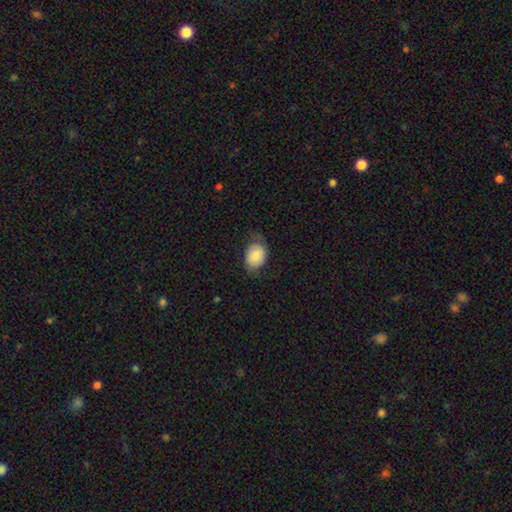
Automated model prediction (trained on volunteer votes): smooth-or-featured: smooth: 70% | featured or disk: 22% | star or artifact: 7%
  how-rounded: in between: 72% | round: 27% | cigar-shaped: 1%
  merging: none: 54% | minor disturbance: 29% | major disturbance: 16% | merger: 1%